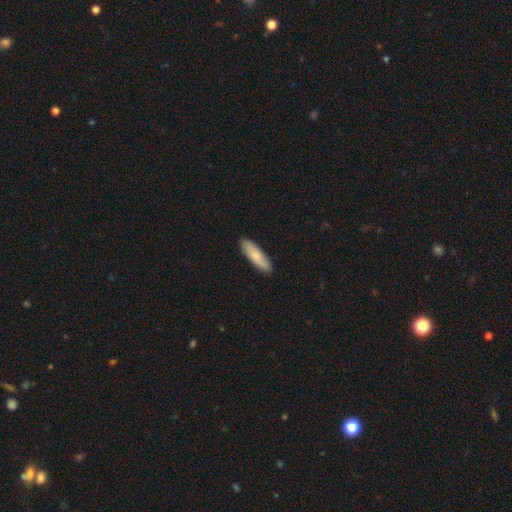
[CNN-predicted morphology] type=smooth (78%); roundness=cigar-shaped (64%); merging=none (89%).